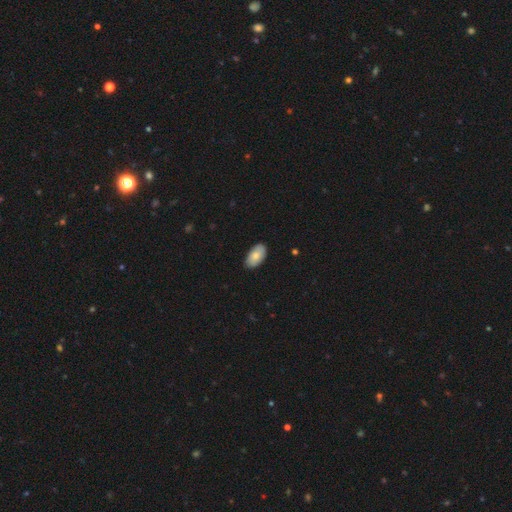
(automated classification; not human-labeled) Smooth or featured?
  - smooth: 79% *
  - featured or disk: 15%
  - star or artifact: 6%
How rounded?
  - in between: 95% *
  - round: 3%
  - cigar-shaped: 2%
Merging?
  - none: 87% *
  - minor disturbance: 11%
  - major disturbance: 2%
  - merger: 1%